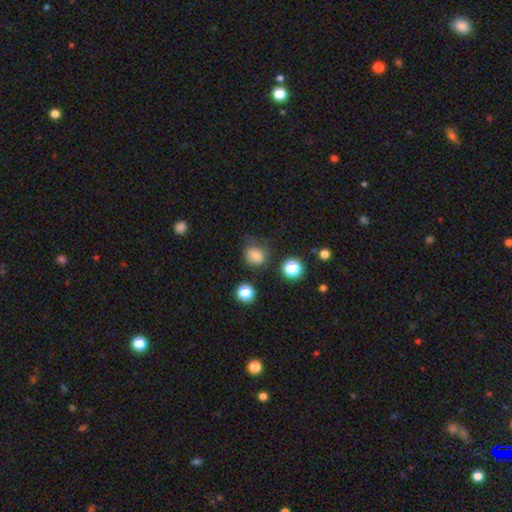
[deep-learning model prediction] smooth_or_featured: smooth (p=0.78) [alt: star or artifact p=0.15]
how_rounded: round (p=0.66) [alt: in between p=0.33]
merging: none (p=0.63) [alt: minor disturbance p=0.23]